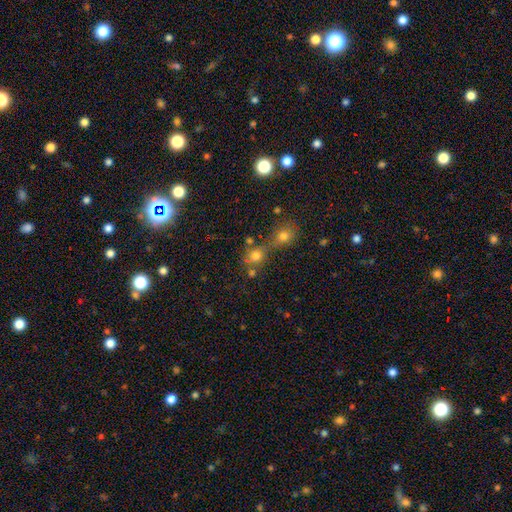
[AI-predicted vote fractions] The model was most divided on "merging": merger: 44%, none: 42%, minor disturbance: 8%, major disturbance: 6%. More confident: how rounded — round (83%); smooth or featured — smooth (72%).